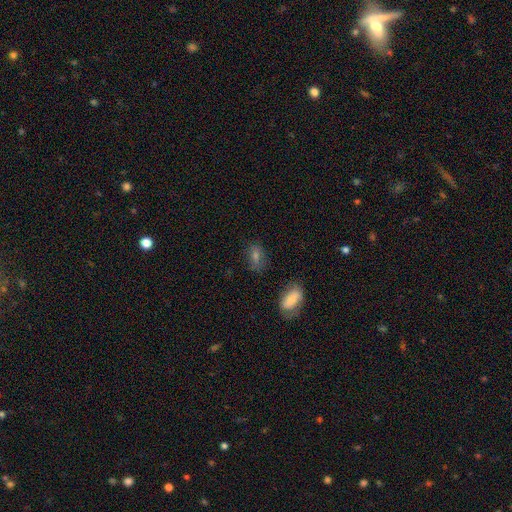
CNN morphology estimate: smooth 61%, featured or disk 20%, star or artifact 19%. Down the decision tree: how rounded — in between (80%); merging — none (74%).